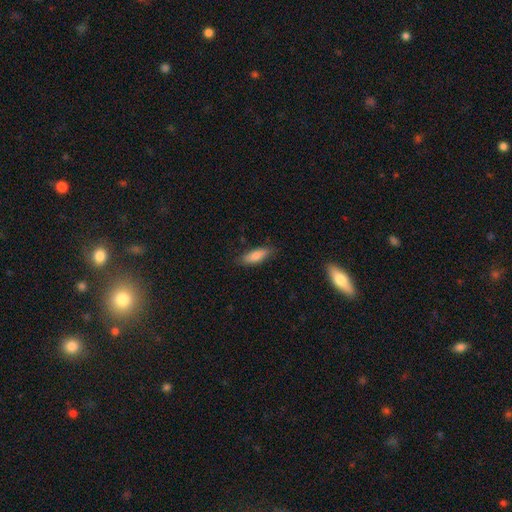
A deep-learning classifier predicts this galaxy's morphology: Smooth or featured: smooth — 80% (featured or disk — 14%)
How rounded: in between — 59% (cigar-shaped — 39%)
Merging: none — 81% (minor disturbance — 15%)